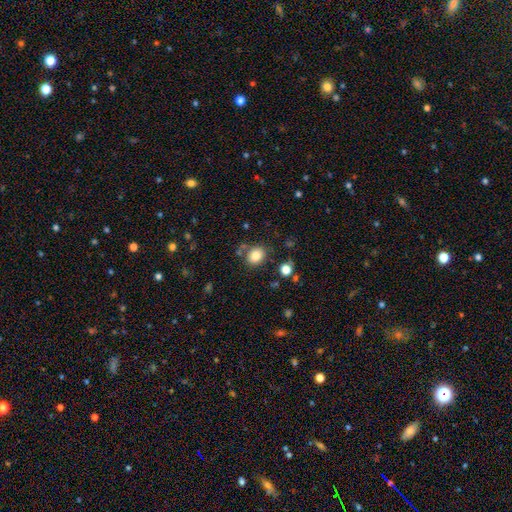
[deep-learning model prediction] Smooth or featured: smooth — 82% (star or artifact — 11%)
How rounded: round — 57% (in between — 42%)
Merging: none — 75% (minor disturbance — 13%)